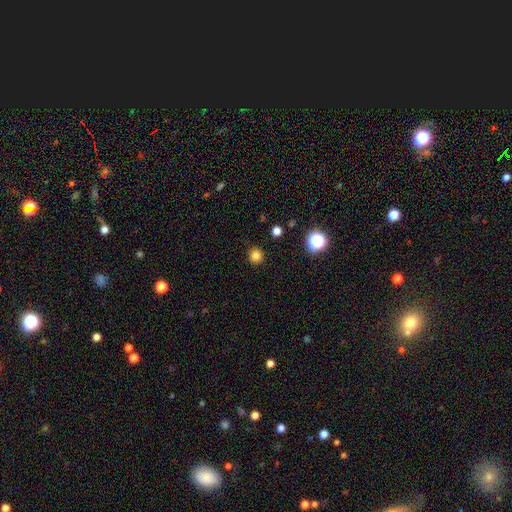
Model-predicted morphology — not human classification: smooth-or-featured: smooth: 81% | star or artifact: 14% | featured or disk: 5%
  how-rounded: round: 93% | in between: 6% | cigar-shaped: 1%
  merging: none: 91% | minor disturbance: 6% | major disturbance: 2% | merger: 1%